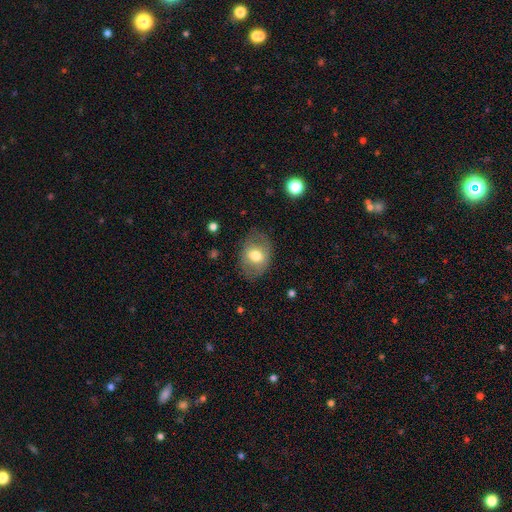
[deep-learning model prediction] This appears to be a smooth galaxy with no disk features (63%) that is in between round and cigar-shaped (69%). Merging: none (76%).